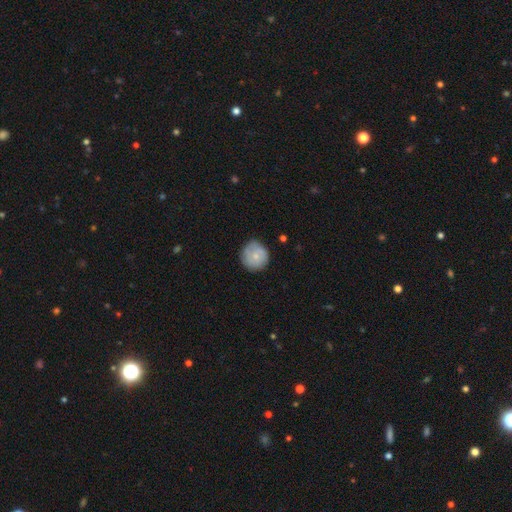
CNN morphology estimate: This appears to be a smooth galaxy with no disk features (67%) that is round (92%). Merging: none (76%).